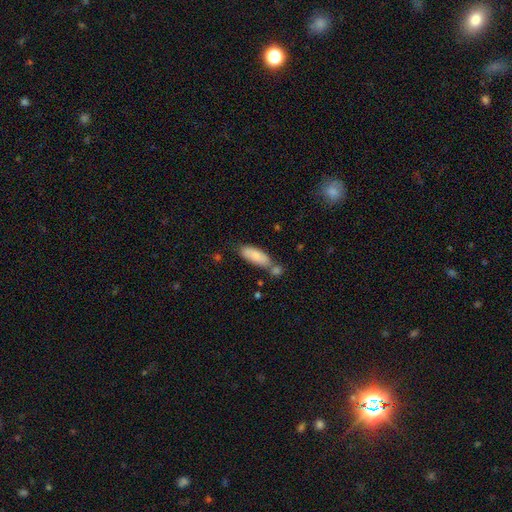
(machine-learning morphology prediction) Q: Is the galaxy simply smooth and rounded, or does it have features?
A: smooth — 79%.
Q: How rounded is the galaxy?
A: in between — 70%.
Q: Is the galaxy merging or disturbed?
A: none — 51%.